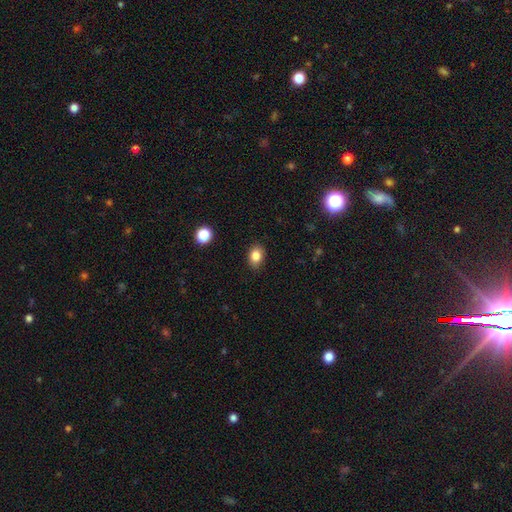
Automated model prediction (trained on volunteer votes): This appears to be a smooth galaxy with no disk features (84%) that is in between round and cigar-shaped (68%). Merging: none (87%).